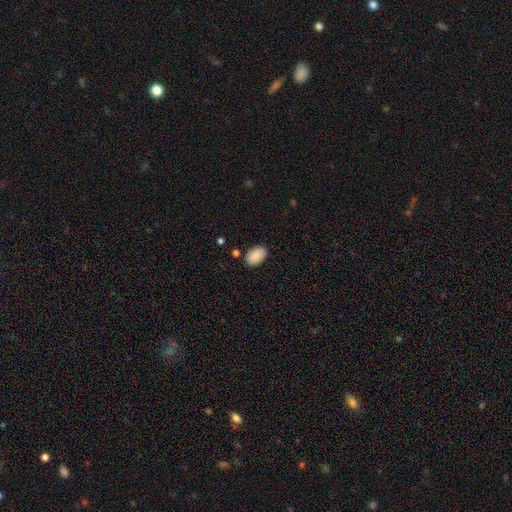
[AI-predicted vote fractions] Smooth or featured? smooth (89%)
How rounded? in between (92%)
Merging? none (85%)